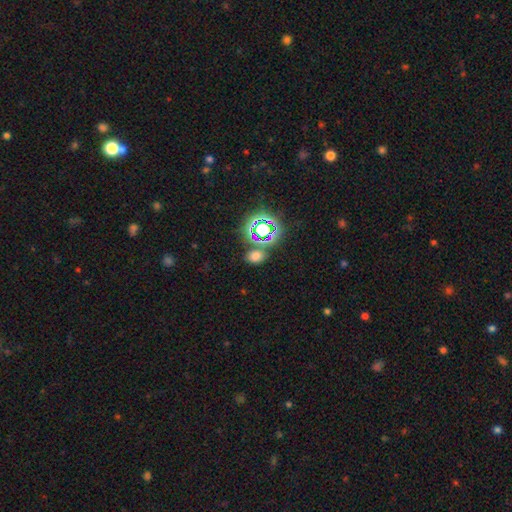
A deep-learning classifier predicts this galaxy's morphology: This is possibly a smooth galaxy (58%). How rounded: likely in between (60%). Merging: likely none (71%).